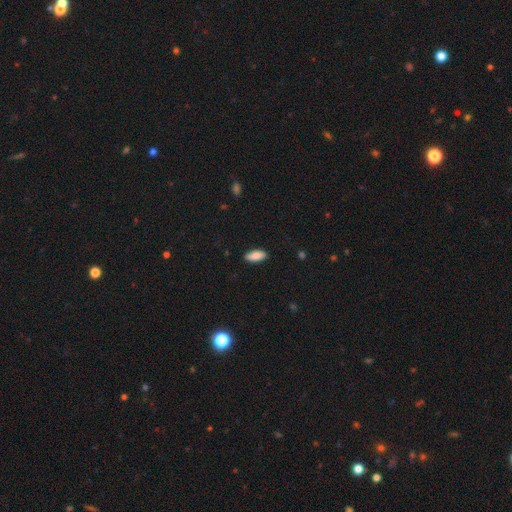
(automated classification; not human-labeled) Morphology: type=smooth (85%); roundness=in between (83%); merging=none (88%).